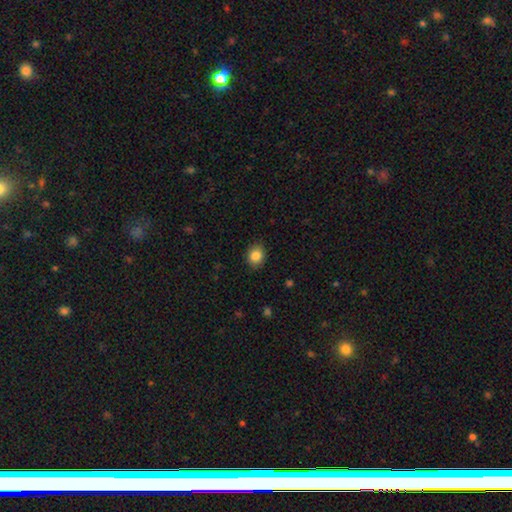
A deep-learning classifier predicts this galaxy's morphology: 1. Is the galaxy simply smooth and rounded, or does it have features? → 85% smooth, 10% star or artifact, 5% featured or disk.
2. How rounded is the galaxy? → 62% round, 37% in between, 1% cigar-shaped.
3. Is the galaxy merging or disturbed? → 88% none, 8% minor disturbance, 2% major disturbance, 1% merger.